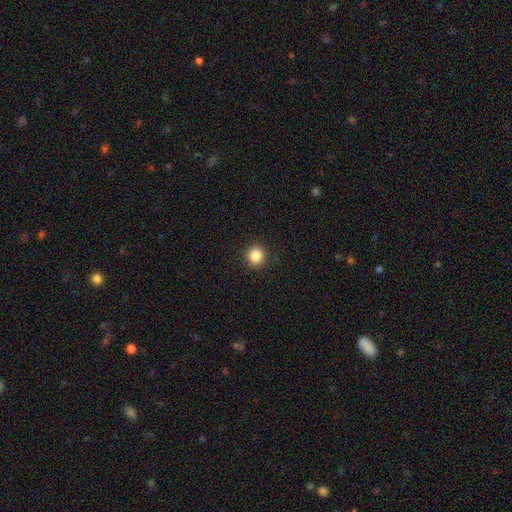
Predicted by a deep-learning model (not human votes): Overall: smooth (85%). How rounded: round (91%). Merging: none (93%).